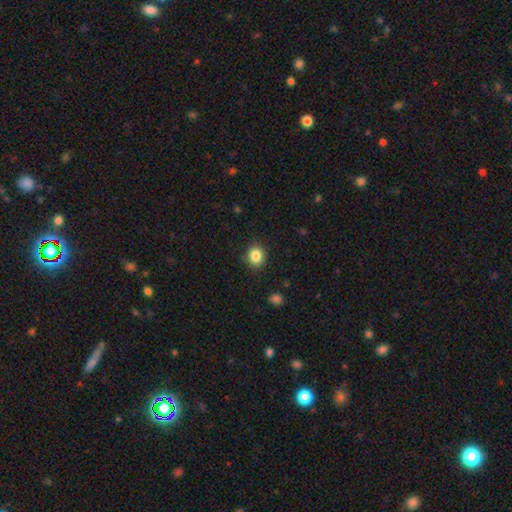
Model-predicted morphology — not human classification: Smooth or featured? smooth (85%)
How rounded? round (76%)
Merging? none (89%)